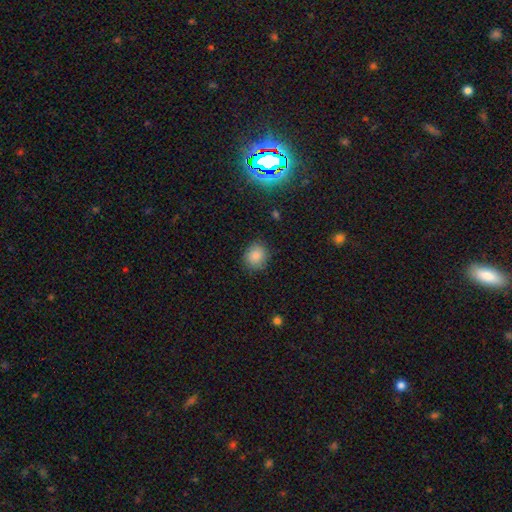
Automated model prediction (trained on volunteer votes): Smooth or featured: smooth — 86% (star or artifact — 9%)
How rounded: round — 76% (in between — 23%)
Merging: none — 84% (minor disturbance — 12%)